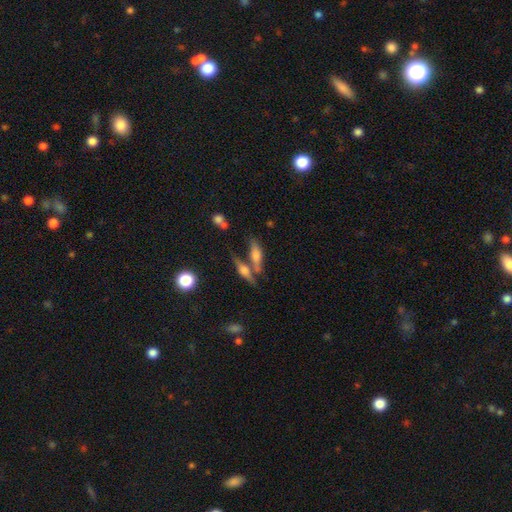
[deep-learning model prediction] Overall: smooth (57%; featured or disk 32%). How rounded: cigar-shaped (49%; in between 47%). Merging: none (48%; merger 35%).